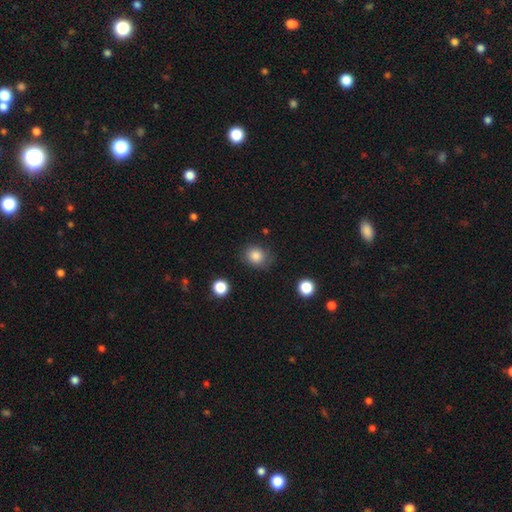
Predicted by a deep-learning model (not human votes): Smooth or featured? smooth (84%)
How rounded? round (67%)
Merging? none (76%)